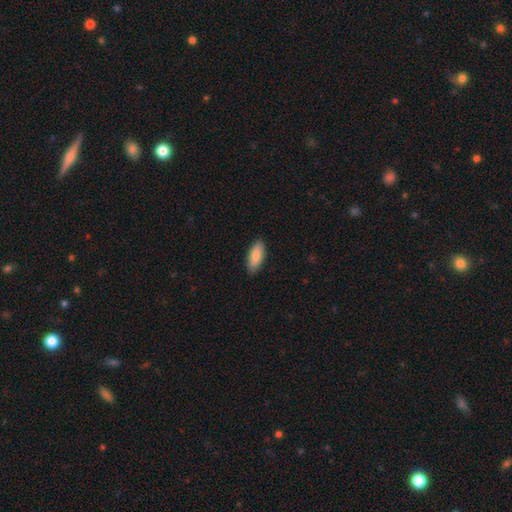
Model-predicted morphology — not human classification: This is clearly a smooth galaxy (87%). How rounded: likely in between (77%). Merging: clearly none (88%).